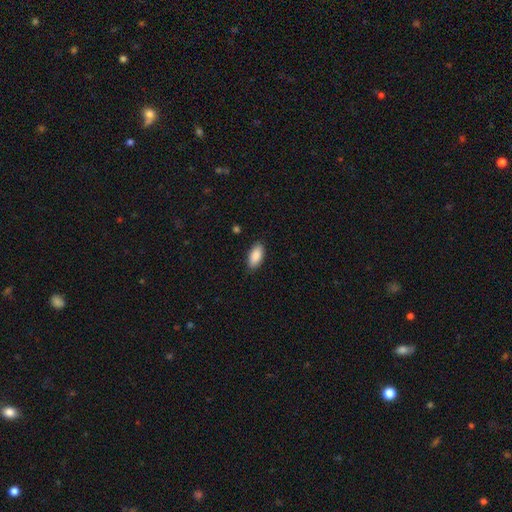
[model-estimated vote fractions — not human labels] Morphology: type=smooth (89%); roundness=in between (91%); merging=none (87%).